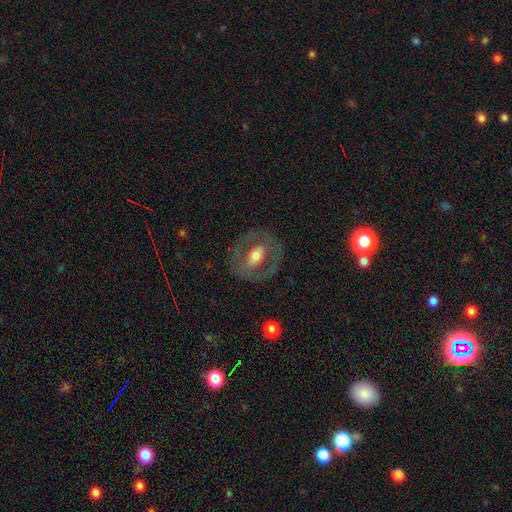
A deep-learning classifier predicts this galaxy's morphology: smooth-or-featured: featured or disk: 55% | smooth: 38% | star or artifact: 6%
  disk-edge-on: no: 93% | yes: 7%
    bar: no: 52% | weak: 27% | strong: 22%
    has-spiral-arms: no: 83% | yes: 17%
    bulge-size: moderate: 58% | large: 26% | small: 12% | dominant: 2% | none: 2%
  merging: none: 79% | minor disturbance: 12% | major disturbance: 8% | merger: 1%